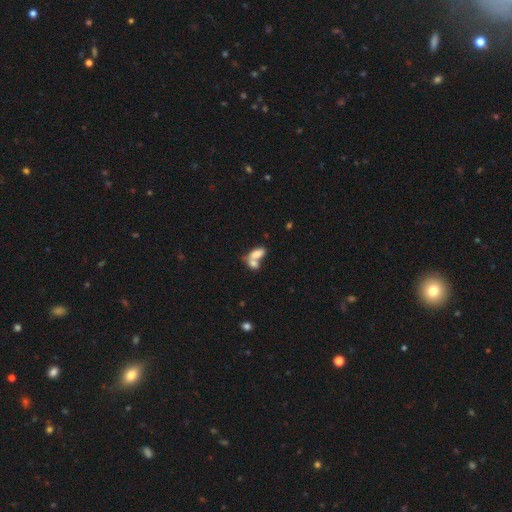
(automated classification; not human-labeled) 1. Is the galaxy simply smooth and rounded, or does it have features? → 76% smooth, 15% featured or disk, 9% star or artifact.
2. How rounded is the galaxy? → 88% in between, 6% cigar-shaped, 6% round.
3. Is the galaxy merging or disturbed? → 67% merger, 21% none, 7% minor disturbance, 5% major disturbance.